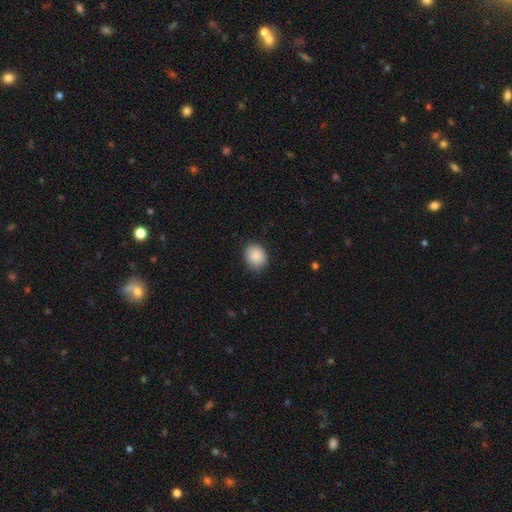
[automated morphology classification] smooth_or_featured: smooth (p=0.90) [alt: star or artifact p=0.07]
how_rounded: round (p=0.54) [alt: in between p=0.45]
merging: none (p=0.84) [alt: minor disturbance p=0.13]